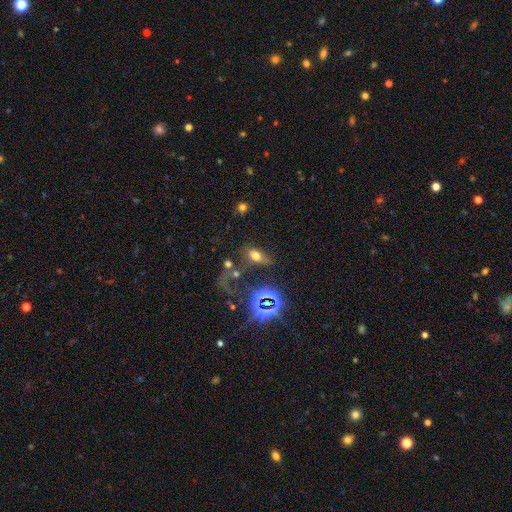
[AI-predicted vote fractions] The model was most divided on "merging": none: 49%, major disturbance: 18%, minor disturbance: 17%, merger: 16%. More confident: how rounded — in between (77%); smooth or featured — smooth (58%).